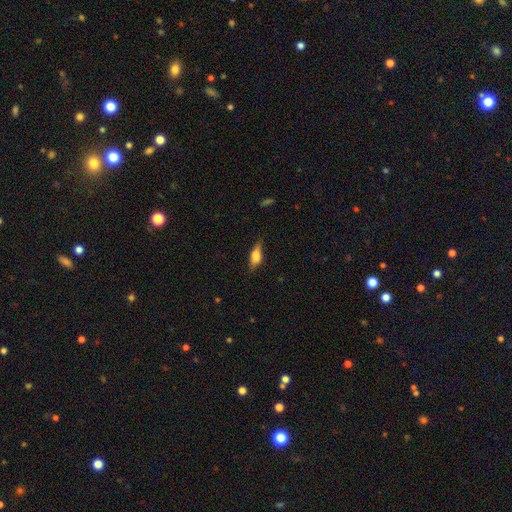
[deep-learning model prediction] Smooth or featured?
  - smooth: 60% *
  - featured or disk: 32%
  - star or artifact: 8%
How rounded?
  - in between: 66% *
  - cigar-shaped: 30%
  - round: 4%
Merging?
  - none: 73% *
  - minor disturbance: 21%
  - major disturbance: 5%
  - merger: 1%